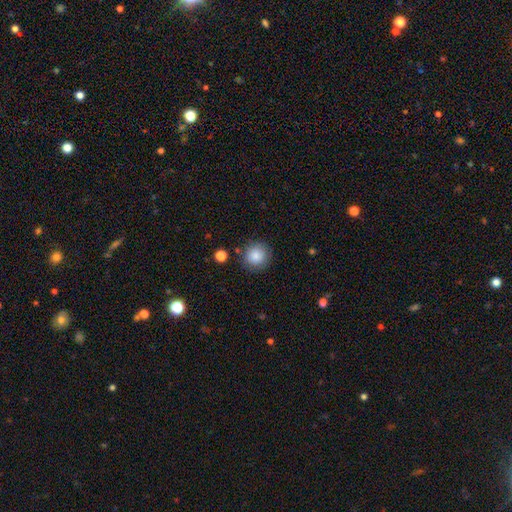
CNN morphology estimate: Q: Smooth or featured?
A: smooth (85%); runner-up: star or artifact (9%)
Q: How rounded?
A: round (93%); runner-up: in between (6%)
Q: Merging?
A: none (84%); runner-up: minor disturbance (10%)